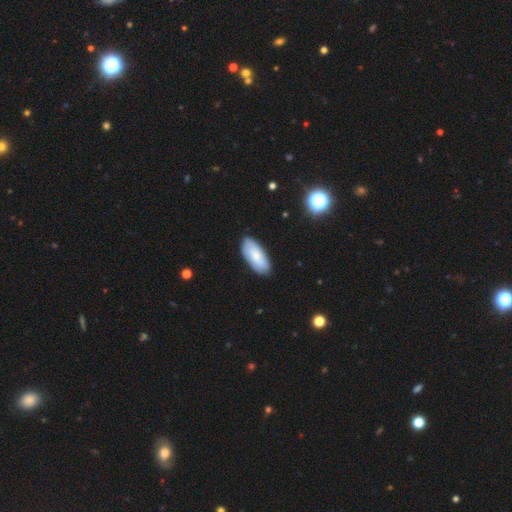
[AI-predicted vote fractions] Smooth or featured? smooth (72%)
How rounded? in between (89%)
Merging? none (84%)